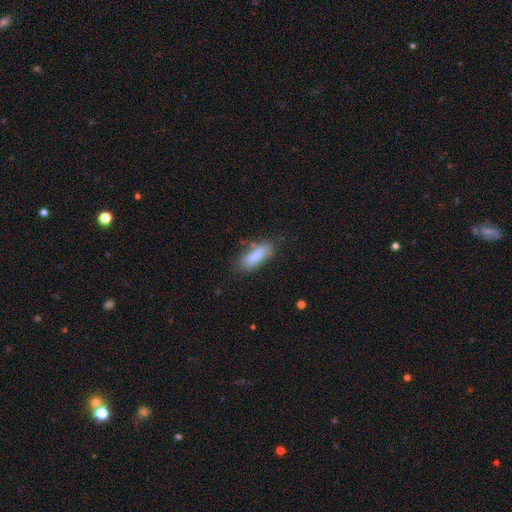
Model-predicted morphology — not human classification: smooth_or_featured: smooth (p=0.83) [alt: featured or disk p=0.09]
how_rounded: in between (p=0.65) [alt: cigar-shaped p=0.33]
merging: none (p=0.63) [alt: minor disturbance p=0.24]